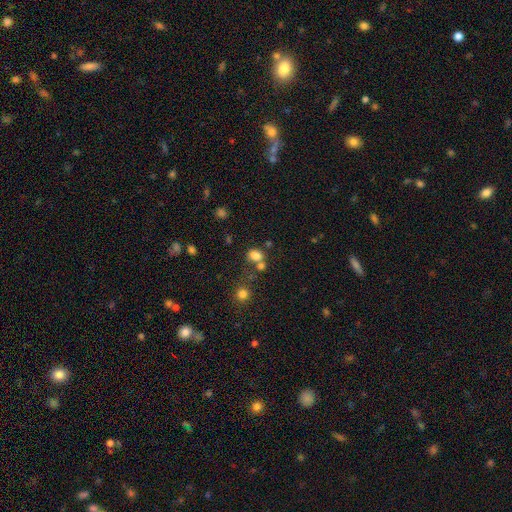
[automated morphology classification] smooth 76%, star or artifact 16%, featured or disk 8%. Down the decision tree: how rounded — in between (54%); merging — none (46%).